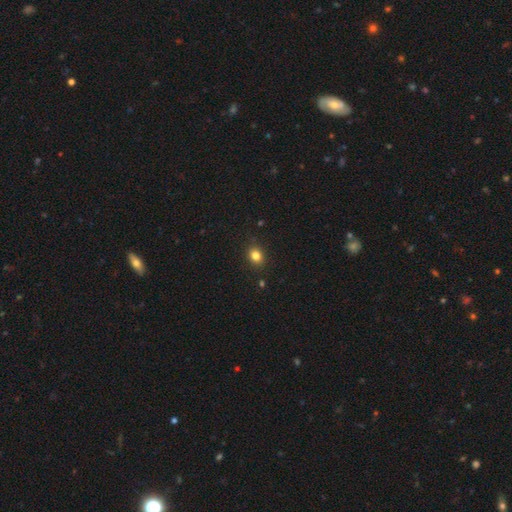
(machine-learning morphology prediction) Smooth or featured?
  - smooth: 82% *
  - star or artifact: 12%
  - featured or disk: 6%
How rounded?
  - round: 57% *
  - in between: 42%
  - cigar-shaped: 1%
Merging?
  - none: 87% *
  - minor disturbance: 10%
  - major disturbance: 2%
  - merger: 1%